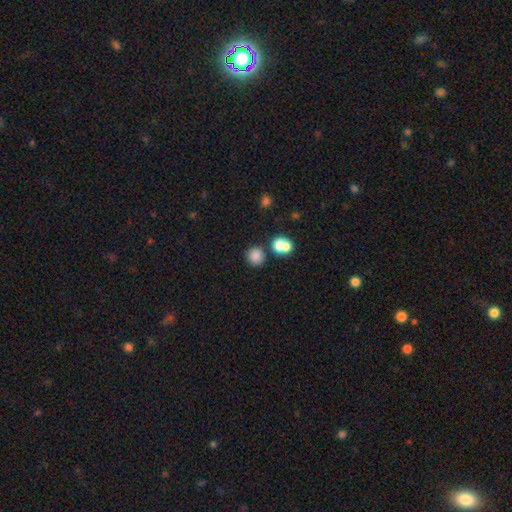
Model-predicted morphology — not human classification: This appears to be a smooth galaxy with no disk features (82%) that is round (87%). Merging: none (69%).